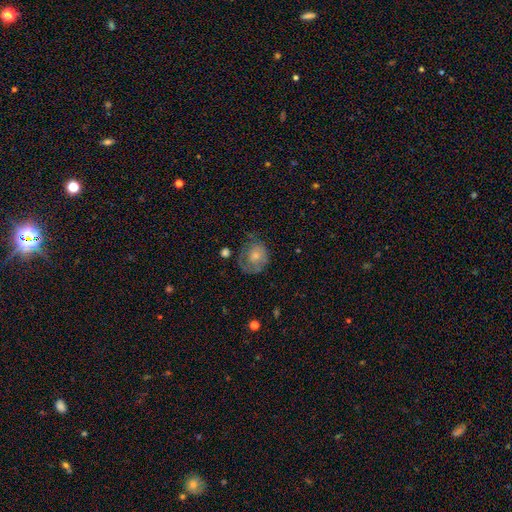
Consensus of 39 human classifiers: smooth-or-featured: smooth: 59% | featured or disk: 38% | star or artifact: 3%
  how-rounded: round: 78% | in between: 22% | cigar-shaped: 0%
  merging: none: 47% | minor disturbance: 32% | major disturbance: 18% | merger: 3%